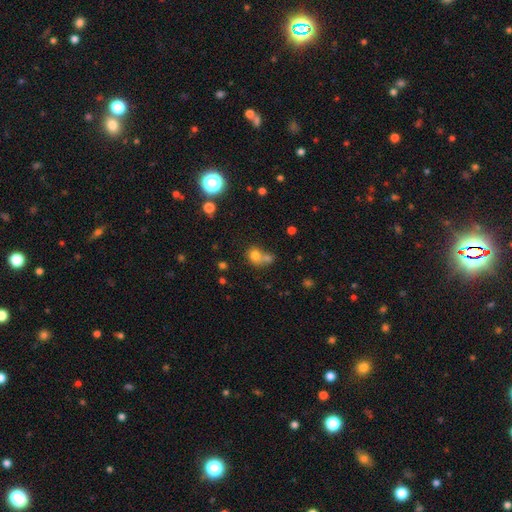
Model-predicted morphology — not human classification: Q: Smooth or featured?
A: smooth (75%); runner-up: star or artifact (14%)
Q: How rounded?
A: round (70%); runner-up: in between (29%)
Q: Merging?
A: merger (53%); runner-up: none (34%)